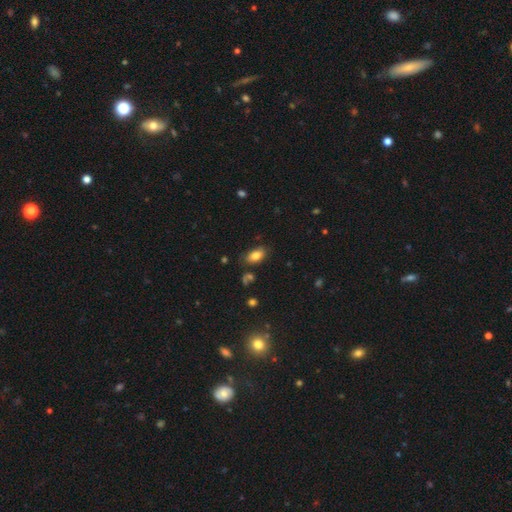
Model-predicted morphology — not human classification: The model was most divided on "merging": none: 75%, minor disturbance: 17%, major disturbance: 4%, merger: 4%. More confident: how rounded — in between (91%); smooth or featured — smooth (81%).